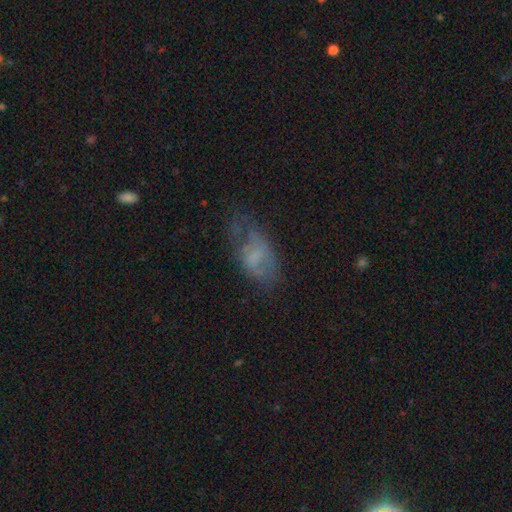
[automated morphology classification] Smooth or featured? Predicted: smooth (p=0.46). Merging? Predicted: none (p=0.43).